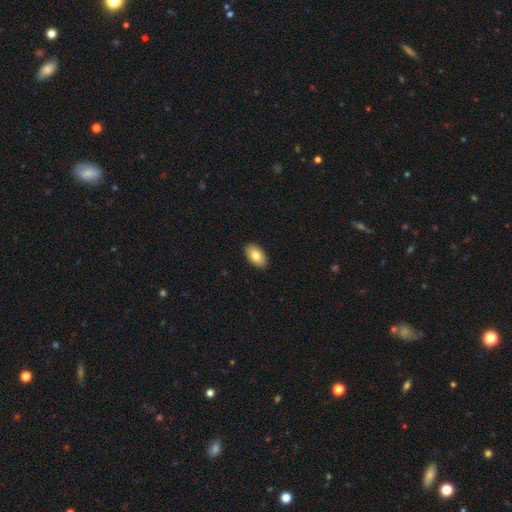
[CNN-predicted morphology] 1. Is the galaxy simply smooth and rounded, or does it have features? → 80% smooth, 14% featured or disk, 6% star or artifact.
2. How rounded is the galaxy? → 94% in between, 4% round, 1% cigar-shaped.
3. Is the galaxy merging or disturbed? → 90% none, 7% minor disturbance, 2% major disturbance, 1% merger.